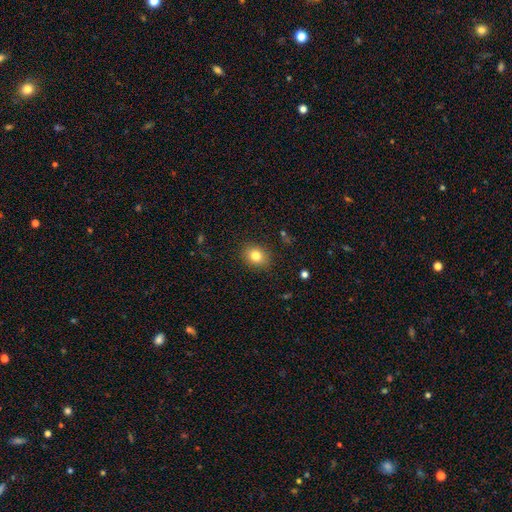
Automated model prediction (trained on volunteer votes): Smooth or featured: smooth — 81% (star or artifact — 11%)
How rounded: round — 51% (in between — 48%)
Merging: none — 88% (minor disturbance — 9%)